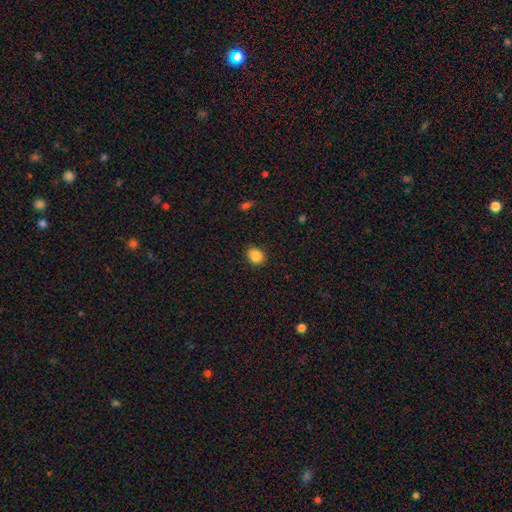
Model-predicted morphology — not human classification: This appears to be a smooth galaxy with no disk features (87%) that is round (54%). Merging: none (86%).